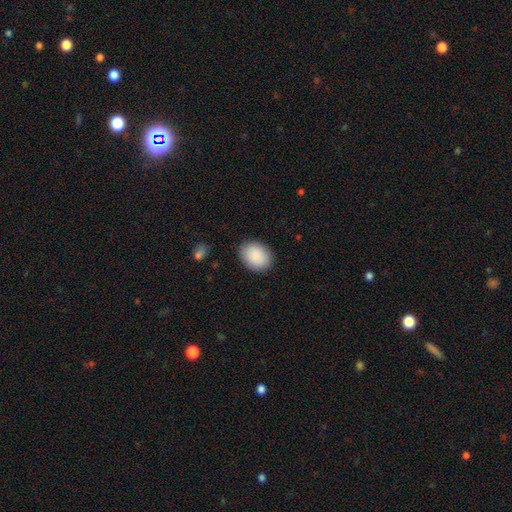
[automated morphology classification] Smooth or featured? smooth (90%)
How rounded? in between (65%)
Merging? none (86%)